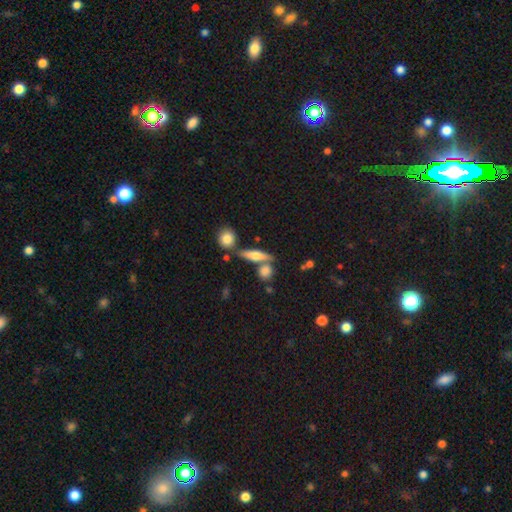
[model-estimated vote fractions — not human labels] This appears to be a smooth galaxy with no disk features (47%). Merging: none (69%).